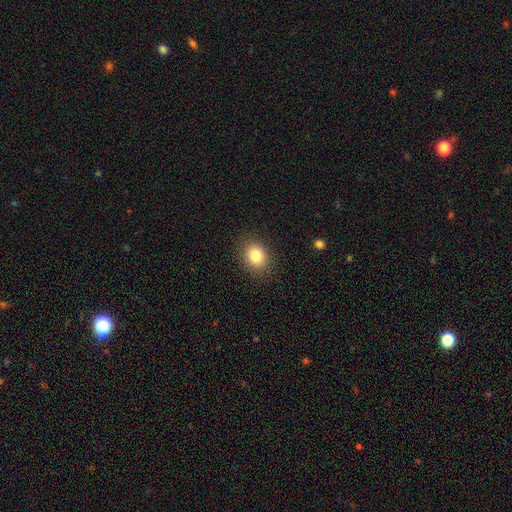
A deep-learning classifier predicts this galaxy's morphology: smooth_or_featured: smooth (p=0.83) [alt: star or artifact p=0.10]
how_rounded: in between (p=0.50) [alt: round p=0.49]
merging: none (p=0.87) [alt: minor disturbance p=0.09]